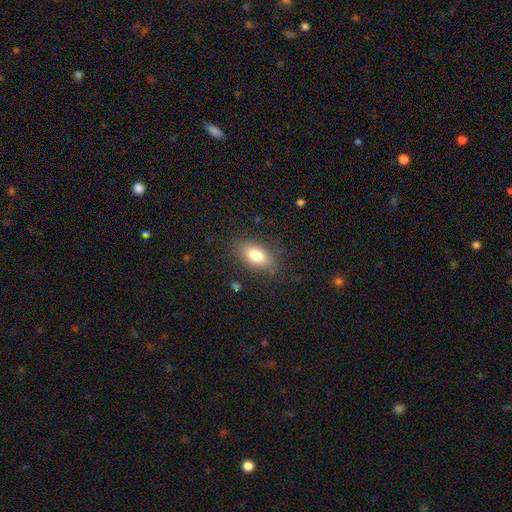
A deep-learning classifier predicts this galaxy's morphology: smooth_or_featured: smooth (p=0.78) [alt: featured or disk p=0.14]
how_rounded: in between (p=0.86) [alt: cigar-shaped p=0.08]
merging: none (p=0.82) [alt: minor disturbance p=0.13]